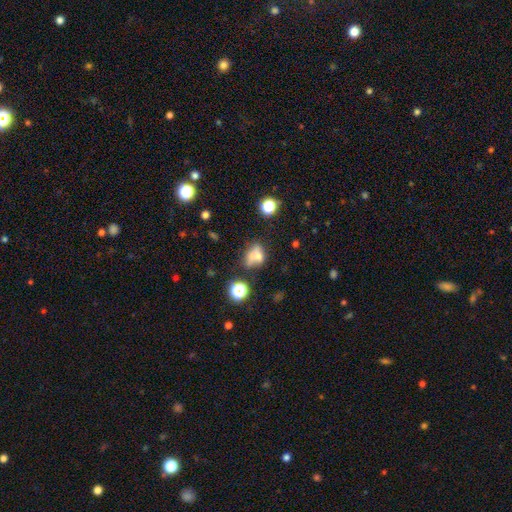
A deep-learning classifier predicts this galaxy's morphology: Smooth or featured? smooth (56%)
How rounded? in between (60%)
Merging? none (33%)